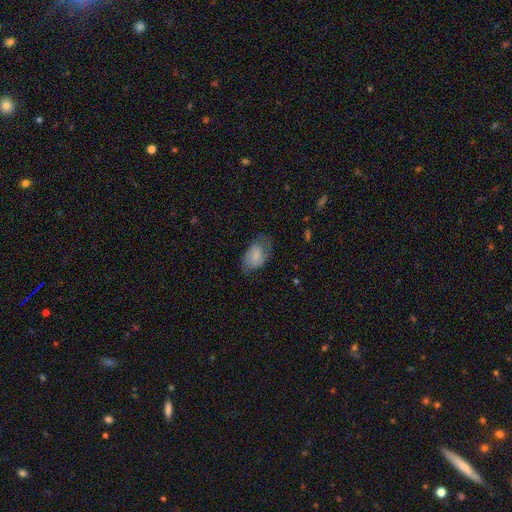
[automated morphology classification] Overall: smooth (65%; featured or disk 28%). How rounded: in between (90%). Merging: none (56%; minor disturbance 29%).